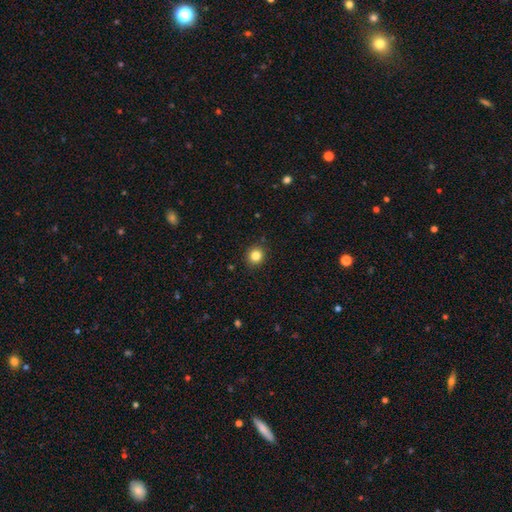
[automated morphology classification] The model was most divided on "smooth or featured": smooth: 83%, star or artifact: 11%, featured or disk: 5%. More confident: merging — none (91%); how rounded — round (89%).